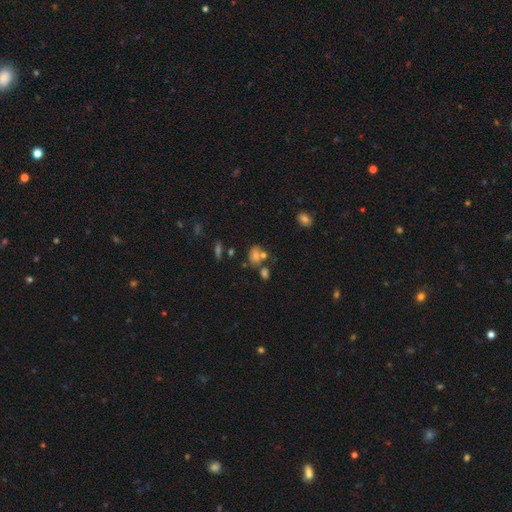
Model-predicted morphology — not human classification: smooth-or-featured: smooth: 60% | featured or disk: 21% | star or artifact: 19%
  how-rounded: in between: 52% | round: 46% | cigar-shaped: 2%
  merging: none: 44% | merger: 34% | minor disturbance: 15% | major disturbance: 7%